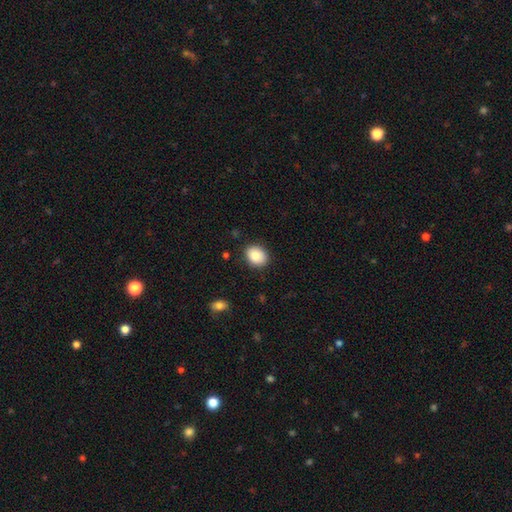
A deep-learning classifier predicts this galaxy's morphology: type=smooth (87%); roundness=round (50%); merging=none (87%).